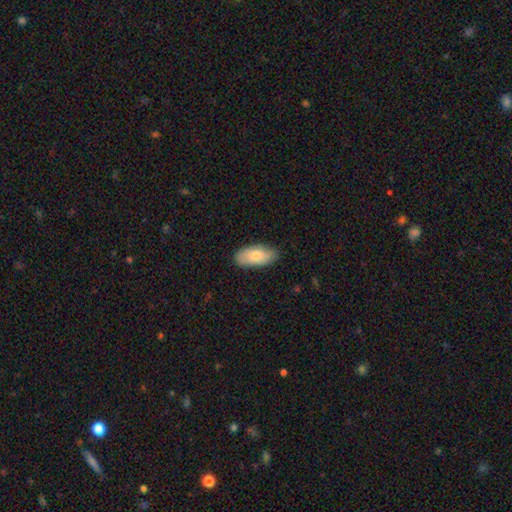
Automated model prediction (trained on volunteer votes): Smooth or featured: smooth — 76% (featured or disk — 18%)
How rounded: in between — 91% (cigar-shaped — 6%)
Merging: none — 81% (minor disturbance — 16%)